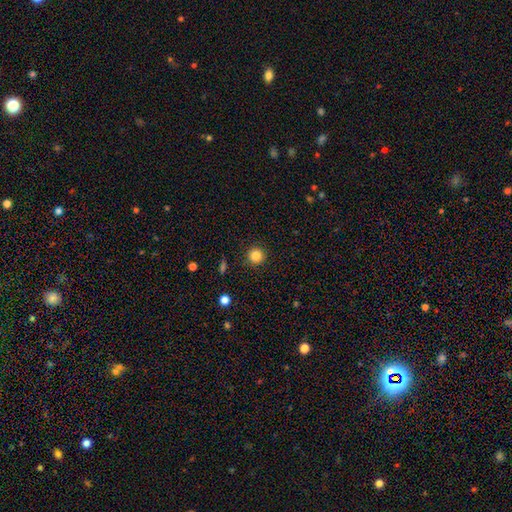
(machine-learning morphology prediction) Q: Smooth or featured?
A: smooth (84%); runner-up: star or artifact (11%)
Q: How rounded?
A: round (95%); runner-up: in between (4%)
Q: Merging?
A: none (92%); runner-up: minor disturbance (5%)